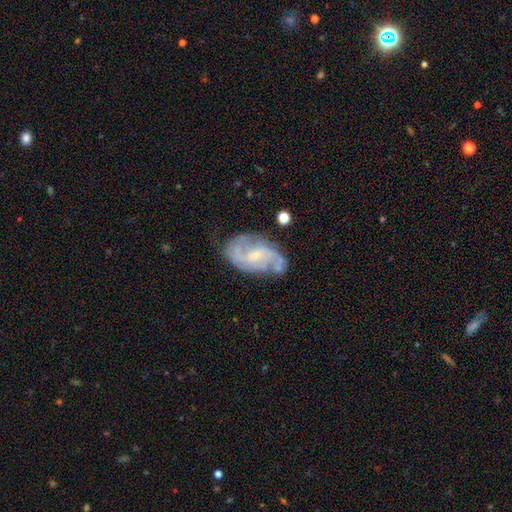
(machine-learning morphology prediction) A featured or disk galaxy (81%) with a weak bar (50%), 2 (60%) medium (47%) spiral arms (93%) and a small central bulge (66%). Merging: none (61%).